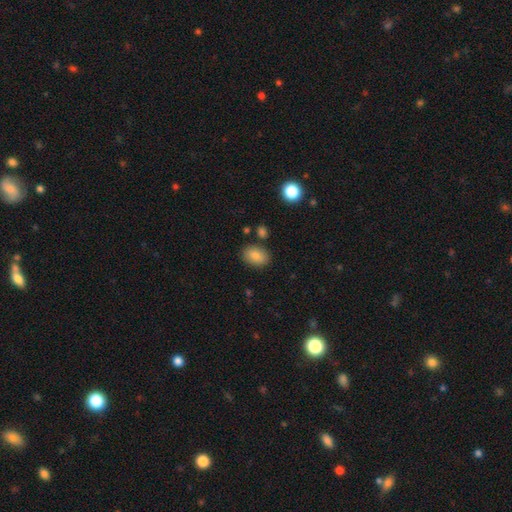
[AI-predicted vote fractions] The model was most divided on "how rounded": in between: 82%, round: 17%, cigar-shaped: 1%. More confident: smooth or featured — smooth (83%); merging — none (83%).